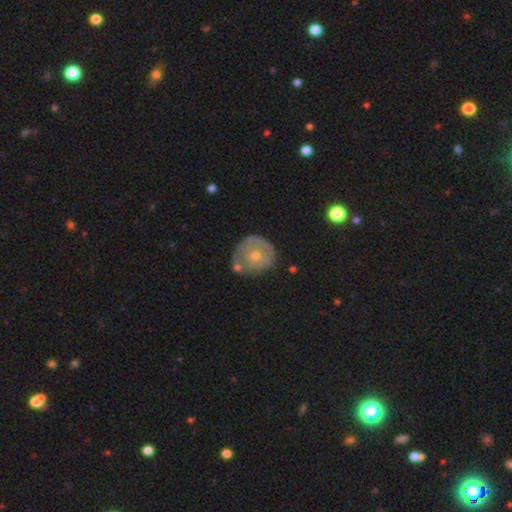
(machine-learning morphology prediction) type=featured or disk (55%); edge-on=no (96%); bar=no (89%); spiral arms=no (61%); bulge=small (51%); merging=none (62%).